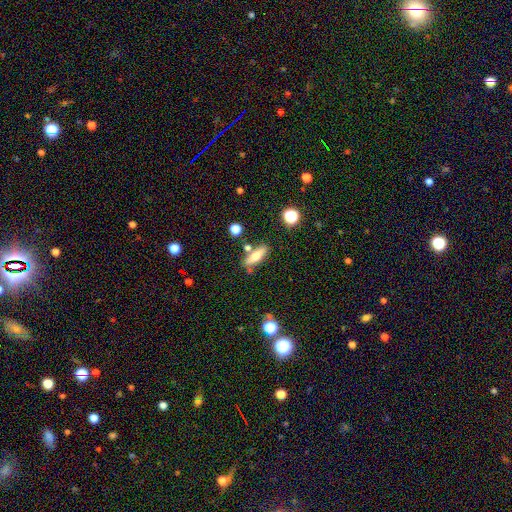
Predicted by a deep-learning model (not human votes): Smooth or featured?
  - smooth: 56% *
  - featured or disk: 36%
  - star or artifact: 8%
How rounded?
  - cigar-shaped: 55% *
  - in between: 41%
  - round: 4%
Merging?
  - none: 74% *
  - minor disturbance: 13%
  - merger: 10%
  - major disturbance: 3%